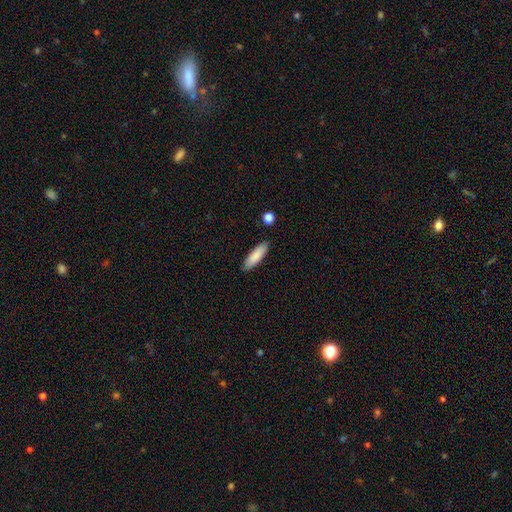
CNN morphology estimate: Smooth or featured? Predicted: smooth (p=0.86). How rounded? Predicted: cigar-shaped (p=0.56). Merging? Predicted: none (p=0.87).